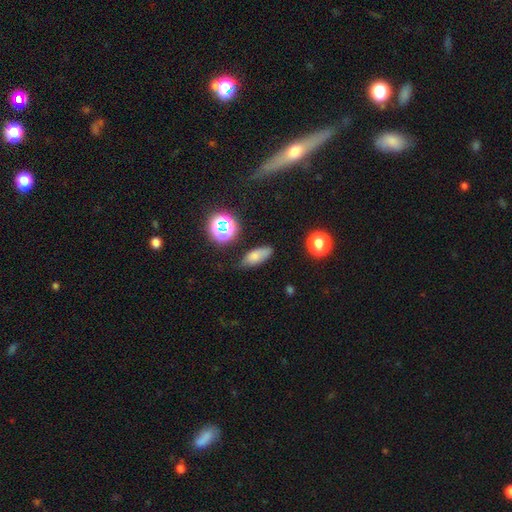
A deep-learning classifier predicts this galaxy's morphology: smooth-or-featured: smooth: 72% | star or artifact: 15% | featured or disk: 13%
  how-rounded: in between: 74% | cigar-shaped: 19% | round: 7%
  merging: none: 70% | minor disturbance: 22% | major disturbance: 5% | merger: 3%